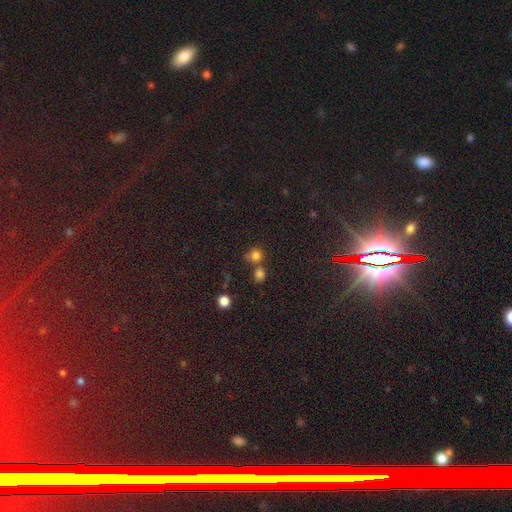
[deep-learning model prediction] Morphology: type=smooth (75%); roundness=round (85%); merging=none (53%).